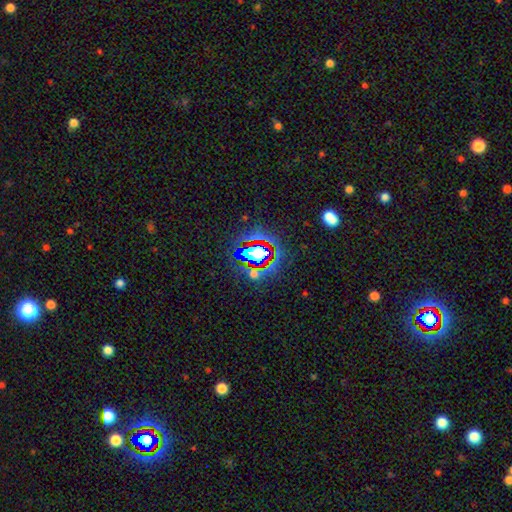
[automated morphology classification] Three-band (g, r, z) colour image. It shows a star or artifact, not a galaxy (61%).